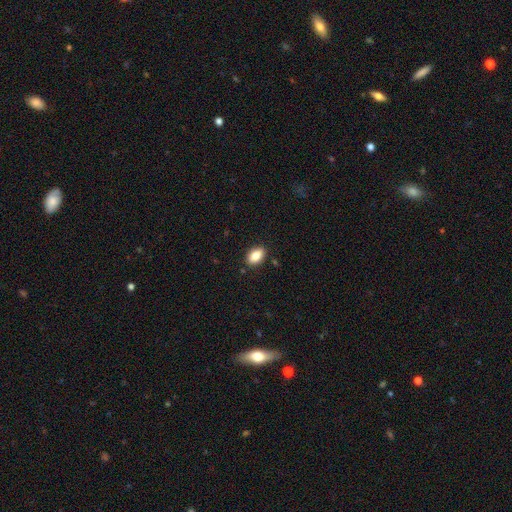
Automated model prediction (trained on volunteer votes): A smooth galaxy with no disk features (84%) that is in between round and cigar-shaped (90%).

Vote fractions:
- Smooth or featured? smooth: 84% / featured or disk: 8% / star or artifact: 8%
- How rounded? in between: 90% / round: 8% / cigar-shaped: 3%
- Merging? none: 87% / minor disturbance: 9% / major disturbance: 2% / merger: 1%